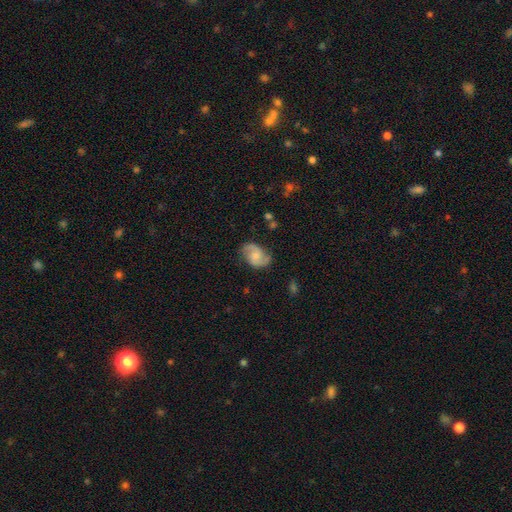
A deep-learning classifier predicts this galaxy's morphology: This is likely a featured or disk galaxy (79%). It is clearly not viewed edge-on (98%). Bar: possibly no (54%). Spiral arm pattern: clearly yes (96%). Spiral arm count: clearly 2 (91%). Spiral winding: possibly medium (52%). Central bulge: marginally small (44%). Merging: likely none (77%).